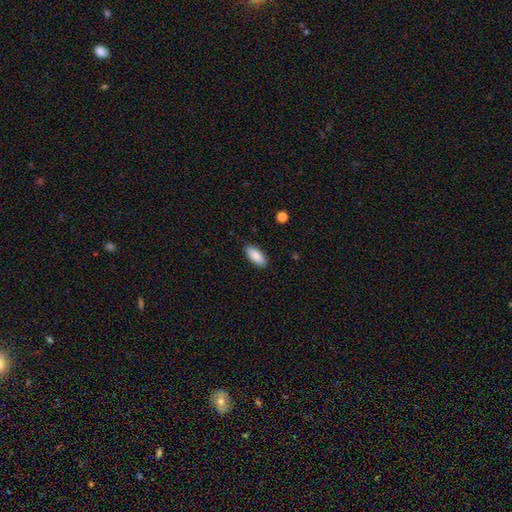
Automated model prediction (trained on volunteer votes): A smooth galaxy with no disk features (86%) that is in between round and cigar-shaped (86%). Merging: none (88%).